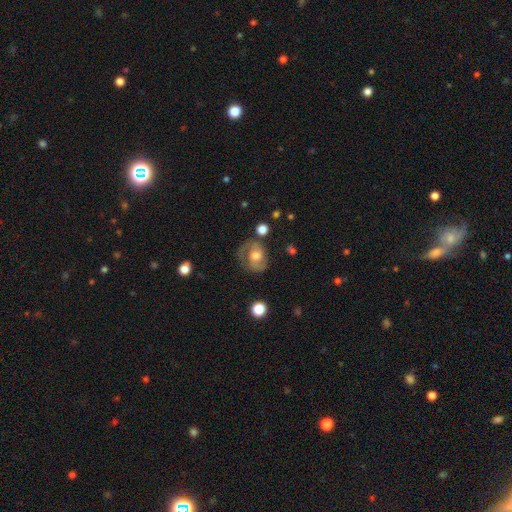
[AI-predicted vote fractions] The model was most divided on "smooth or featured": featured or disk: 56%, smooth: 36%, star or artifact: 9%. More confident: edge-on disk — no (97%); spiral arms — yes (75%); bar — no (64%); merging — none (57%); bulge size — moderate (53%).